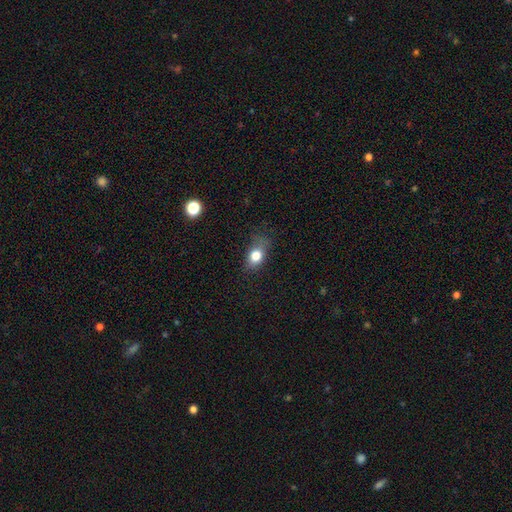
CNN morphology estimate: Q: Smooth or featured?
A: smooth (78%); runner-up: featured or disk (11%)
Q: How rounded?
A: in between (71%); runner-up: round (26%)
Q: Merging?
A: none (57%); runner-up: minor disturbance (28%)